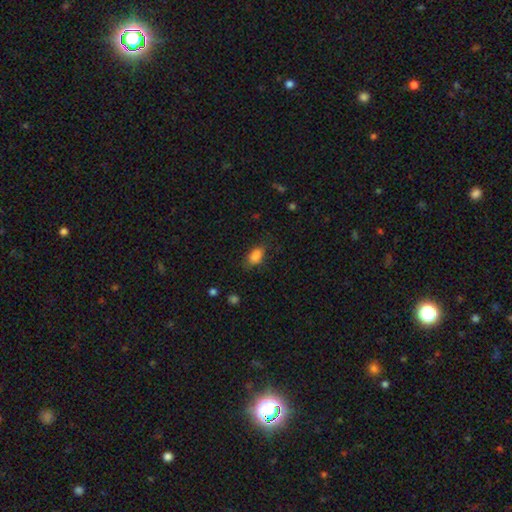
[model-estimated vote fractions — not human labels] This is clearly a smooth galaxy (86%). How rounded: clearly in between (88%). Merging: likely none (74%).